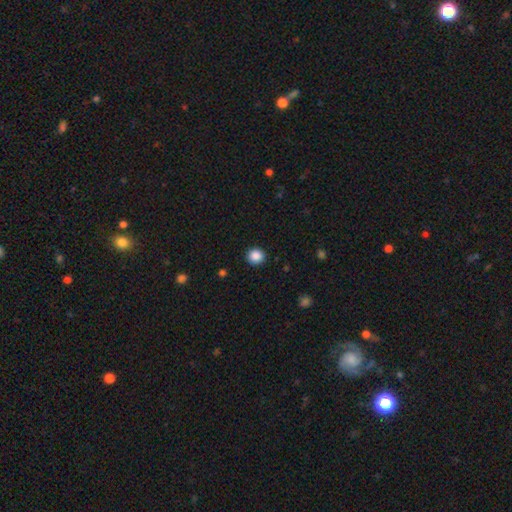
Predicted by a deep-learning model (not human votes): Smooth or featured?
  - smooth: 87% *
  - star or artifact: 10%
  - featured or disk: 3%
How rounded?
  - round: 90% *
  - in between: 9%
  - cigar-shaped: 1%
Merging?
  - none: 92% *
  - minor disturbance: 5%
  - major disturbance: 2%
  - merger: 1%